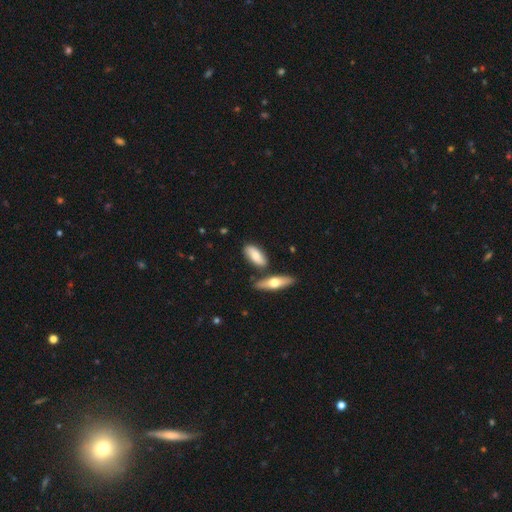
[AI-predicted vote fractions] smooth-or-featured: smooth: 67% | featured or disk: 28% | star or artifact: 6%
  how-rounded: in between: 79% | cigar-shaped: 18% | round: 3%
  merging: none: 71% | minor disturbance: 14% | merger: 12% | major disturbance: 3%